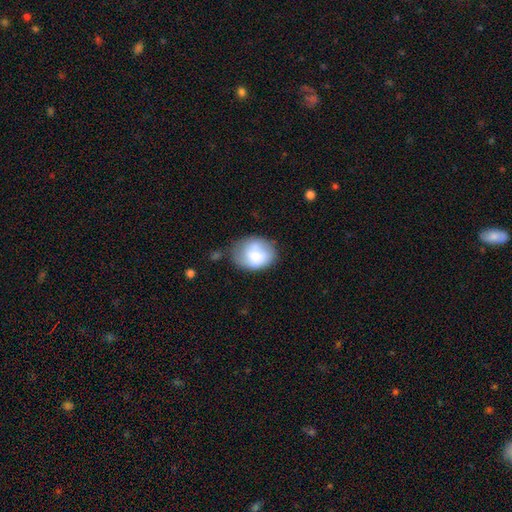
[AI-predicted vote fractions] The model was most divided on "how rounded": in between: 55%, round: 44%, cigar-shaped: 1%. Remaining: smooth or featured — smooth (67%); merging — none (49%).